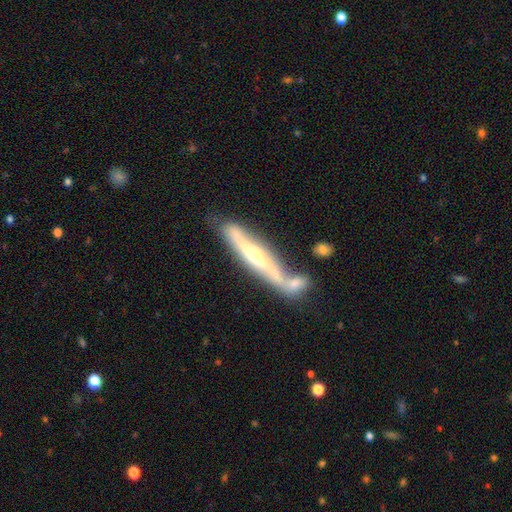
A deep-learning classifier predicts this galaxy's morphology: Smooth or featured? Predicted: featured or disk (p=0.74). Edge-on disk? Predicted: yes (p=0.81). Edge-on bulge? Predicted: rounded (p=0.74). Merging? Predicted: none (p=0.47).